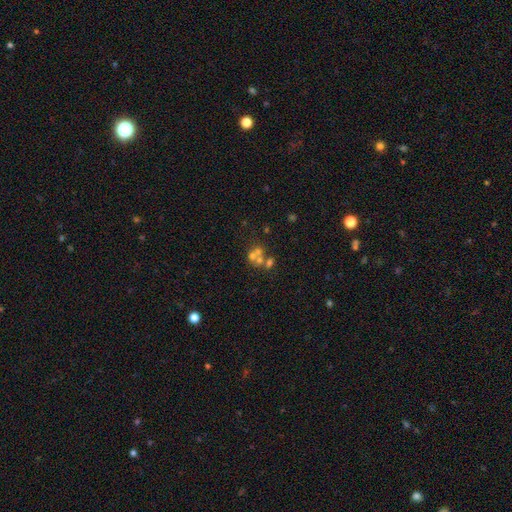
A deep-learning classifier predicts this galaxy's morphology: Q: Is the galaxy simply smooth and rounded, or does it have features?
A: smooth — 46%.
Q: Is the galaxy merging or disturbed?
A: merger — 54%.